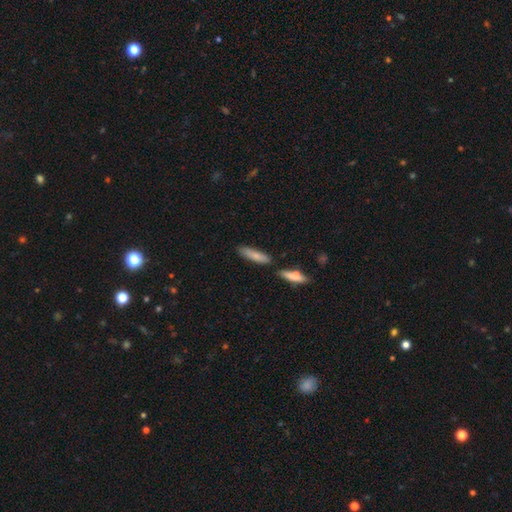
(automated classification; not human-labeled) Morphology: type=smooth (80%); roundness=cigar-shaped (69%); merging=none (72%).